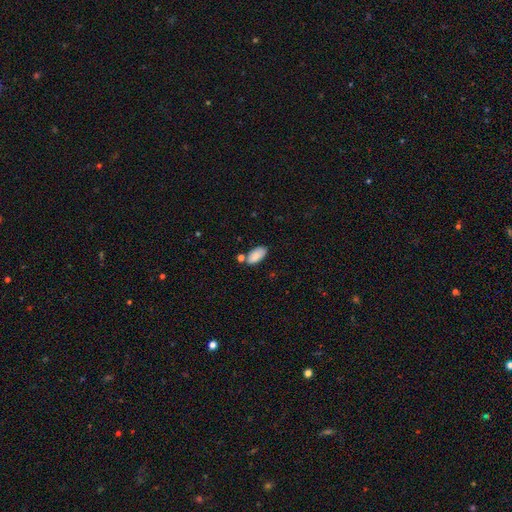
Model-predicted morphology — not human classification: Q: Smooth or featured?
A: smooth (86%); runner-up: featured or disk (7%)
Q: How rounded?
A: in between (93%); runner-up: cigar-shaped (4%)
Q: Merging?
A: none (68%); runner-up: minor disturbance (16%)